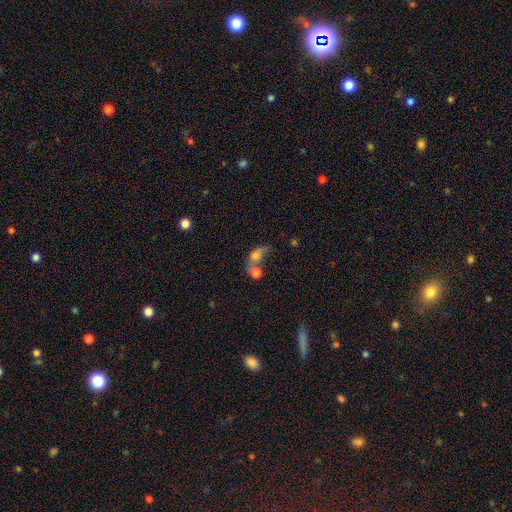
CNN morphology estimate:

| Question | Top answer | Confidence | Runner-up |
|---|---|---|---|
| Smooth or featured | smooth | 68% | featured or disk (19%) |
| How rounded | in between | 64% | round (31%) |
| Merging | merger | 51% | major disturbance (20%) |